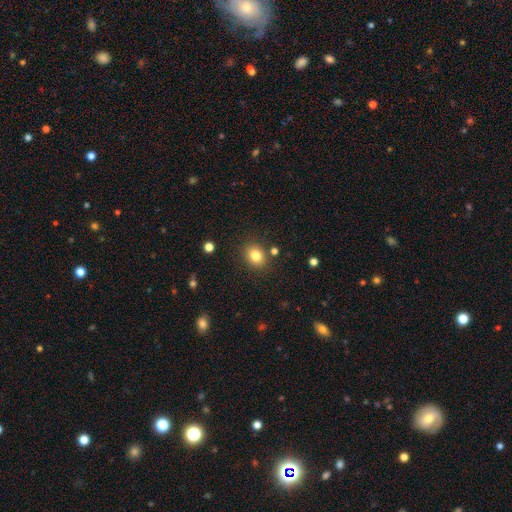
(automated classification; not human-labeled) smooth-or-featured: smooth: 82% | star or artifact: 11% | featured or disk: 7%
  how-rounded: round: 58% | in between: 42% | cigar-shaped: 1%
  merging: none: 85% | minor disturbance: 9% | merger: 4% | major disturbance: 3%